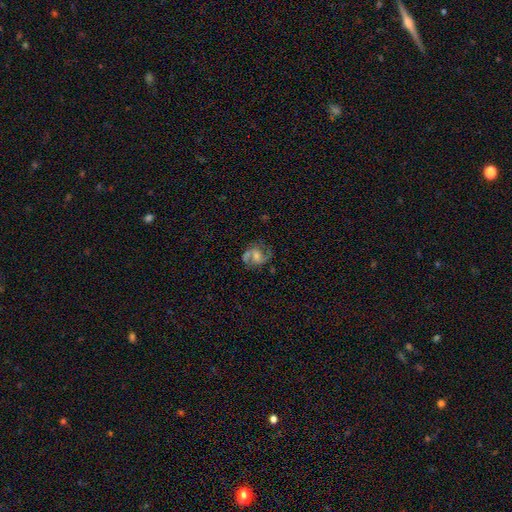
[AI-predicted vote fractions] This is likely a featured or disk galaxy (71%). It is clearly not viewed edge-on (98%). Bar: possibly weak (45%). Spiral arm pattern: clearly yes (91%). Spiral arm count: clearly 2 (85%). Spiral winding: possibly medium (52%). Central bulge: marginally moderate (40%). Merging: likely none (63%).